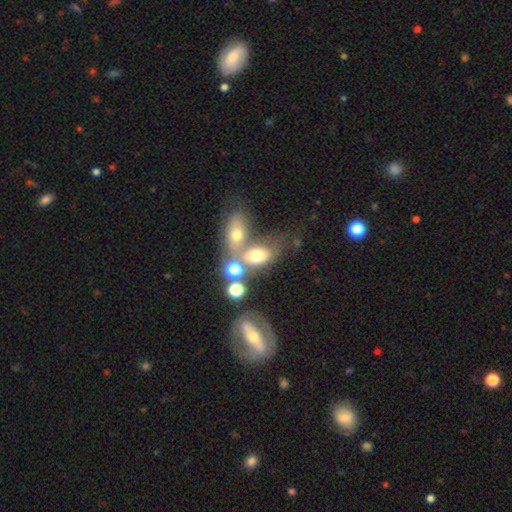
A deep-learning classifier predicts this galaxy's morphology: Smooth or featured?
  - smooth: 60% *
  - featured or disk: 25%
  - star or artifact: 15%
How rounded?
  - in between: 77% *
  - round: 20%
  - cigar-shaped: 3%
Merging?
  - merger: 51% *
  - none: 26%
  - minor disturbance: 12%
  - major disturbance: 11%